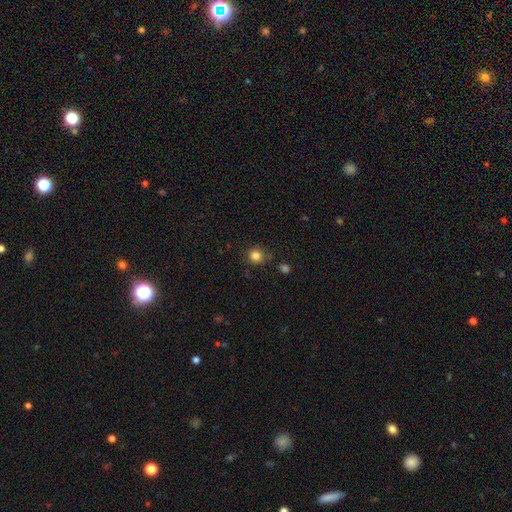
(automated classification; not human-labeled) This is clearly a smooth galaxy (83%). How rounded: clearly round (91%). Merging: clearly none (82%).